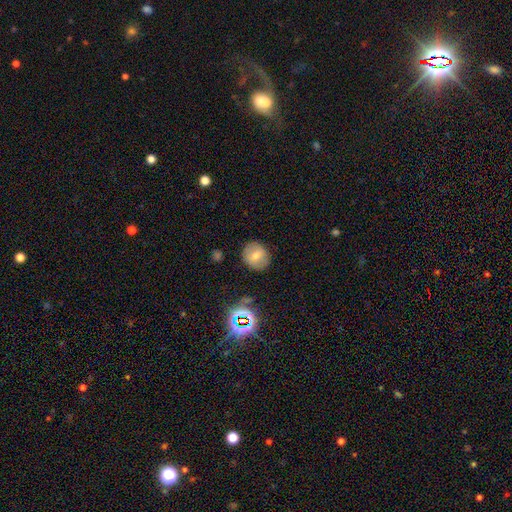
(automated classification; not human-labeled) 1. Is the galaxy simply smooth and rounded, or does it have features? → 64% smooth, 23% featured or disk, 13% star or artifact.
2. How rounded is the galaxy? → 81% round, 18% in between, 1% cigar-shaped.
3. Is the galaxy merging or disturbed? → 86% none, 10% minor disturbance, 3% major disturbance, 2% merger.